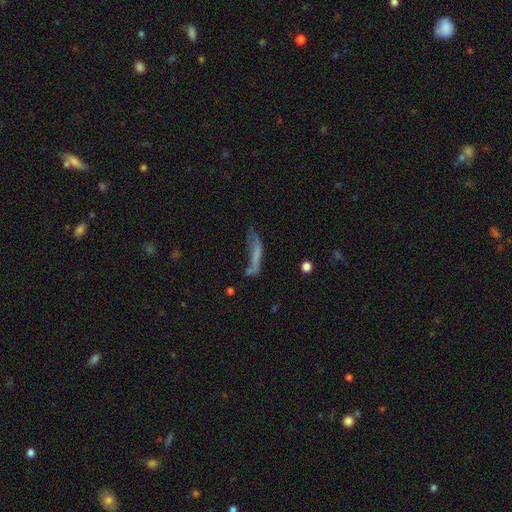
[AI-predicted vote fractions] Smooth or featured? smooth (58%)
How rounded? cigar-shaped (82%)
Merging? none (36%)